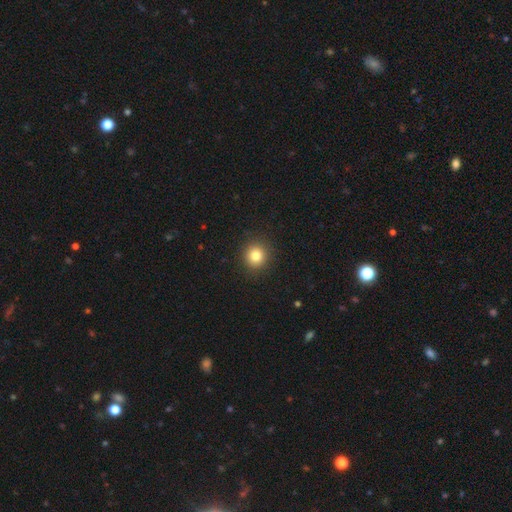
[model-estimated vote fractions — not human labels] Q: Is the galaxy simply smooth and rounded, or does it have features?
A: smooth — 82%.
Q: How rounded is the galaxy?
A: round — 90%.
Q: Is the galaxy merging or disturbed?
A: none — 92%.